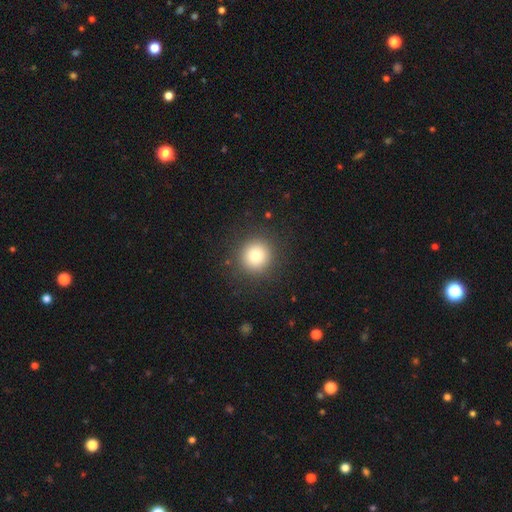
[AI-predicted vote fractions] The model was most divided on "smooth or featured": smooth: 77%, star or artifact: 13%, featured or disk: 10%. More confident: how rounded — round (94%); merging — none (90%).